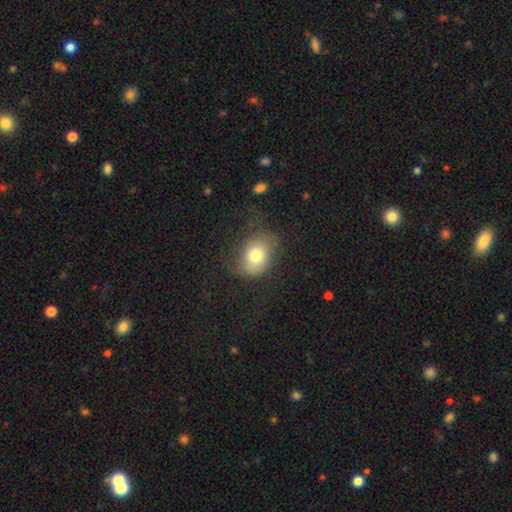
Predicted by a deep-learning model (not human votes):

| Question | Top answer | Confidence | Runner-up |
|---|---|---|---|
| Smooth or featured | smooth | 72% | featured or disk (19%) |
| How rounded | in between | 58% | round (41%) |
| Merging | none | 56% | minor disturbance (24%) |